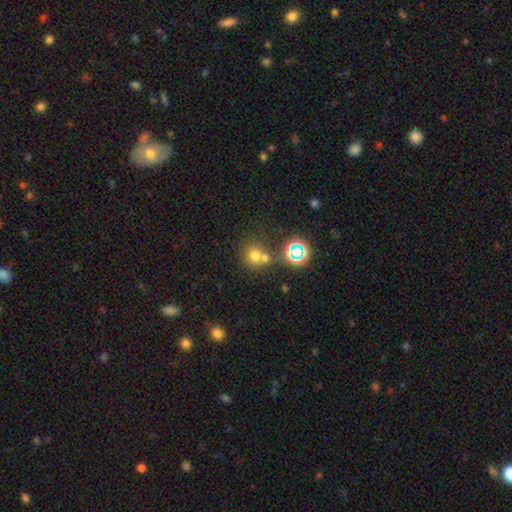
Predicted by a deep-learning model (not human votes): The model was most divided on "merging": none: 52%, merger: 36%, minor disturbance: 8%, major disturbance: 4%. More confident: how rounded — round (86%); smooth or featured — smooth (65%).